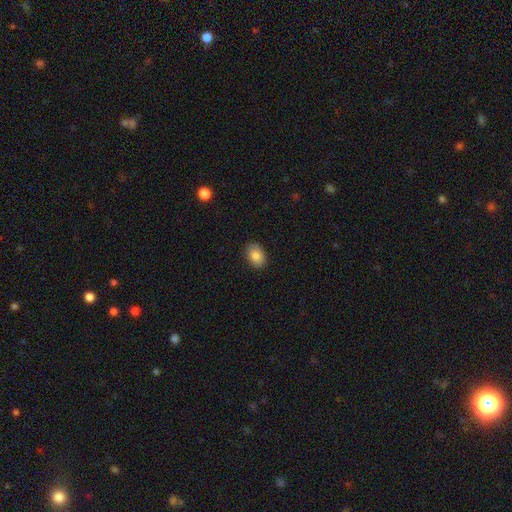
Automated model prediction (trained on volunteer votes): Smooth or featured?
  - smooth: 85% *
  - star or artifact: 8%
  - featured or disk: 7%
How rounded?
  - in between: 82% *
  - round: 17%
  - cigar-shaped: 1%
Merging?
  - none: 85% *
  - minor disturbance: 12%
  - major disturbance: 2%
  - merger: 1%